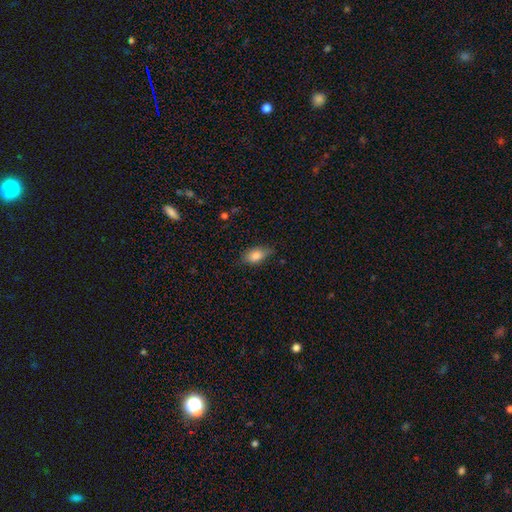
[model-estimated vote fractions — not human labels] Morphology: type=smooth (83%); roundness=in between (87%); merging=none (71%).